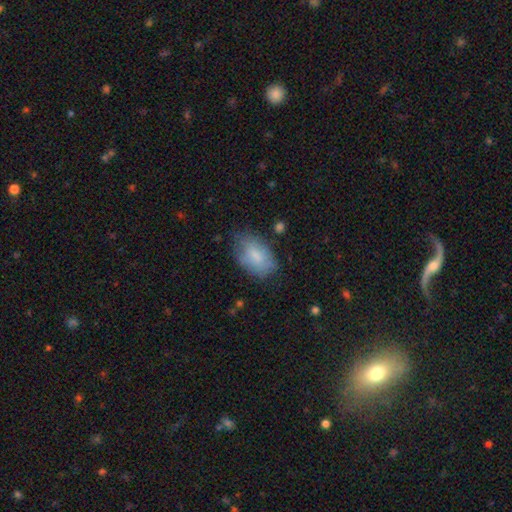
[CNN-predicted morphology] Smooth or featured: smooth — 77% (featured or disk — 15%)
How rounded: in between — 92% (round — 7%)
Merging: none — 66% (minor disturbance — 26%)